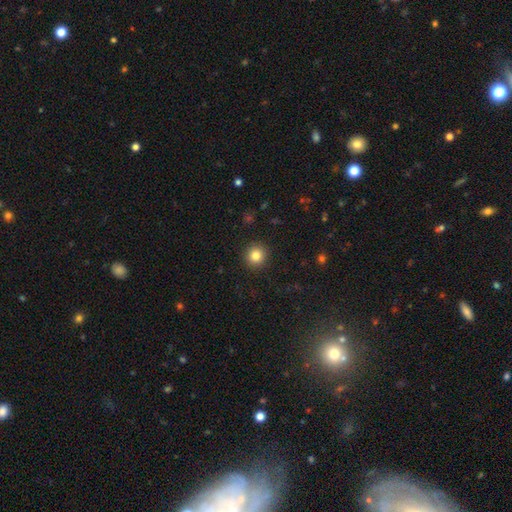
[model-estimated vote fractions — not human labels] Smooth or featured: smooth — 83% (star or artifact — 11%)
How rounded: round — 93% (in between — 6%)
Merging: none — 92% (minor disturbance — 5%)